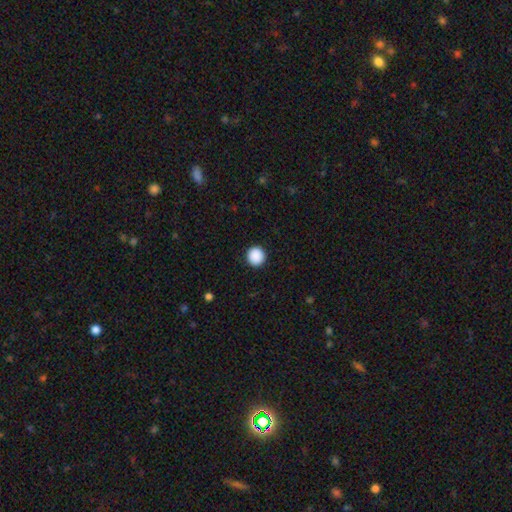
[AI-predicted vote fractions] A smooth galaxy with no disk features (90%) that is round (94%). Merging: none (93%).